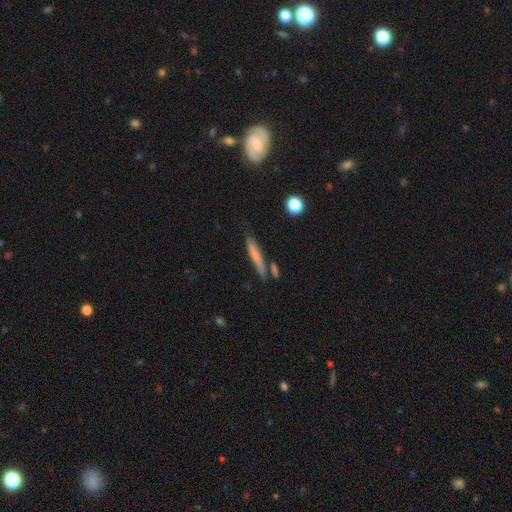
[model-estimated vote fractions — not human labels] smooth 67%, featured or disk 26%, star or artifact 8%. Down the decision tree: how rounded — cigar-shaped (92%); merging — none (73%).